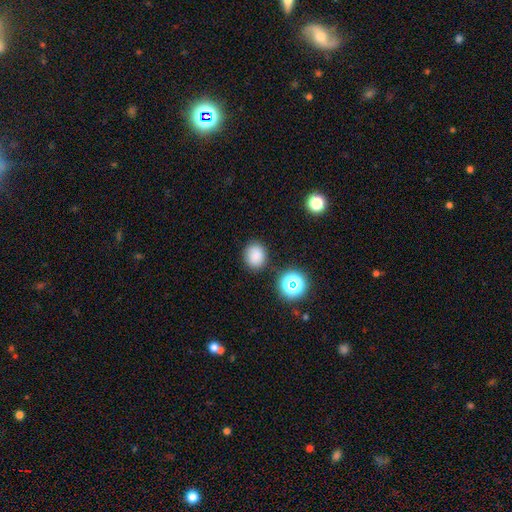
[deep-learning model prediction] This appears to be a smooth galaxy with no disk features (82%) that is round (65%). Merging: none (83%).